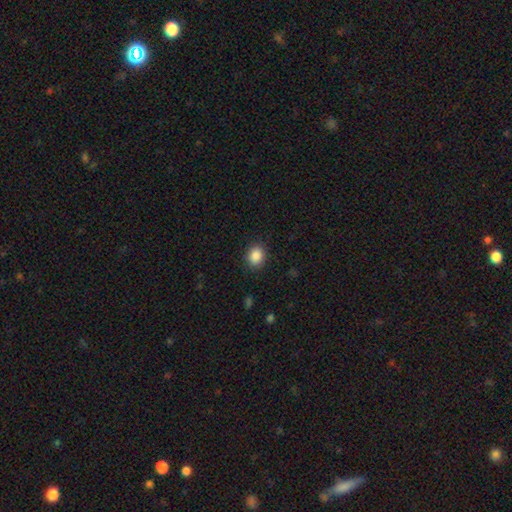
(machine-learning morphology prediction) Overall: smooth (88%). How rounded: round (62%; in between 37%). Merging: none (87%).